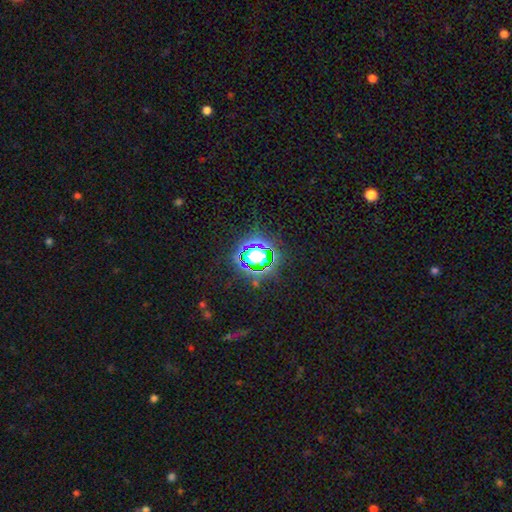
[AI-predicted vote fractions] Morphology: type=star or artifact (69%).